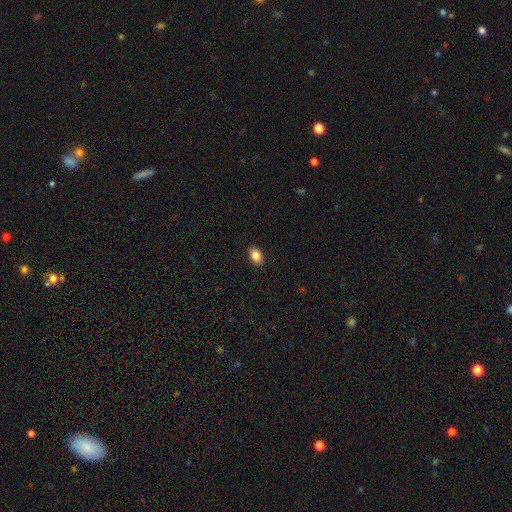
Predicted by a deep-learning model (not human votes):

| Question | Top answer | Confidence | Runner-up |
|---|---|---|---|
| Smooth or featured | smooth | 85% | star or artifact (8%) |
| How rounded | in between | 85% | round (14%) |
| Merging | none | 90% | minor disturbance (8%) |